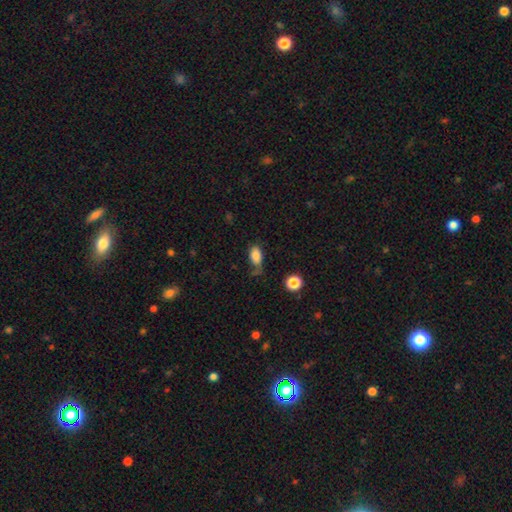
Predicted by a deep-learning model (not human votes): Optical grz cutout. It shows a smooth galaxy with no disk features (81%) that is in between round and cigar-shaped (89%). Merging: none (49%).